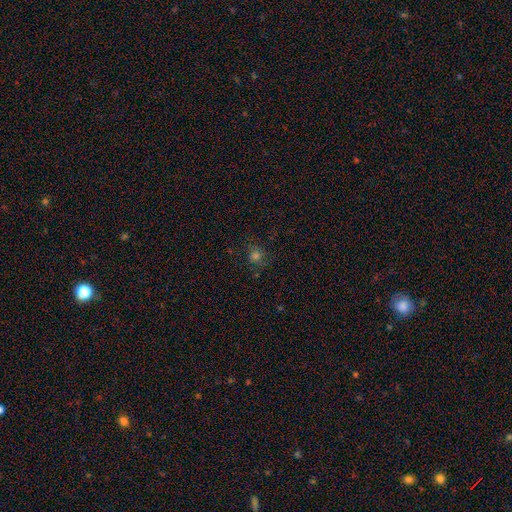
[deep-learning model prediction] Smooth or featured?
  - smooth: 61% *
  - star or artifact: 25%
  - featured or disk: 14%
How rounded?
  - round: 83% *
  - in between: 16%
  - cigar-shaped: 1%
Merging?
  - none: 69% *
  - minor disturbance: 18%
  - major disturbance: 10%
  - merger: 2%